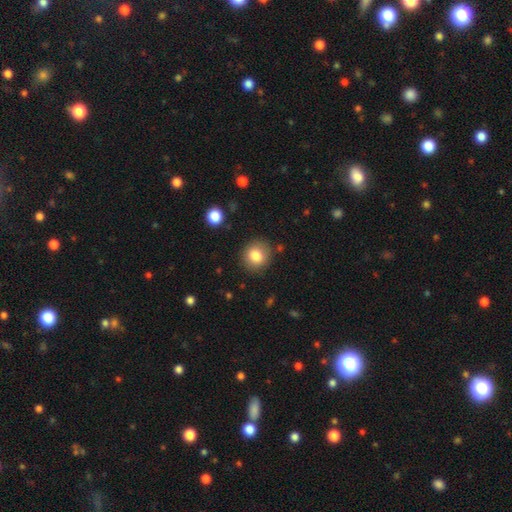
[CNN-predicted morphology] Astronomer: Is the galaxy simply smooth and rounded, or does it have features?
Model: smooth — 82%.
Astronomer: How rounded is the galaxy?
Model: round — 86%.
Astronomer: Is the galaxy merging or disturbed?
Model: none — 85%.